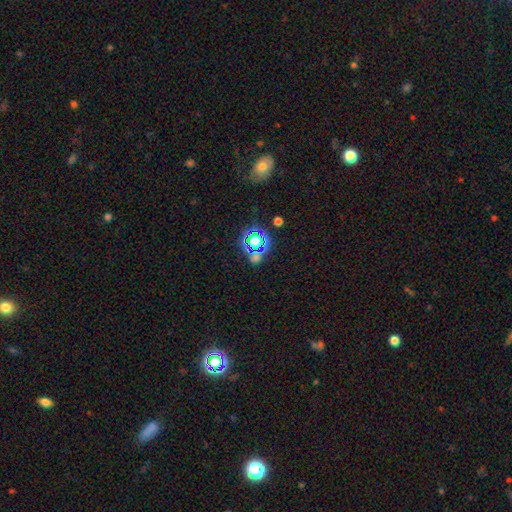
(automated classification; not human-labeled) Smooth or featured? star or artifact (67%)